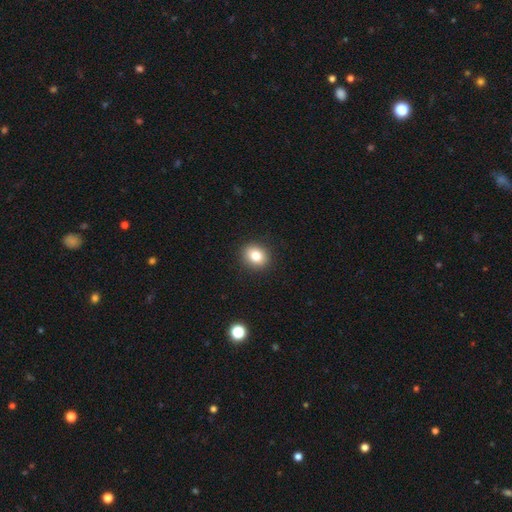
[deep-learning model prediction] This appears to be a smooth galaxy with no disk features (82%) that is round (63%). Merging: none (91%).